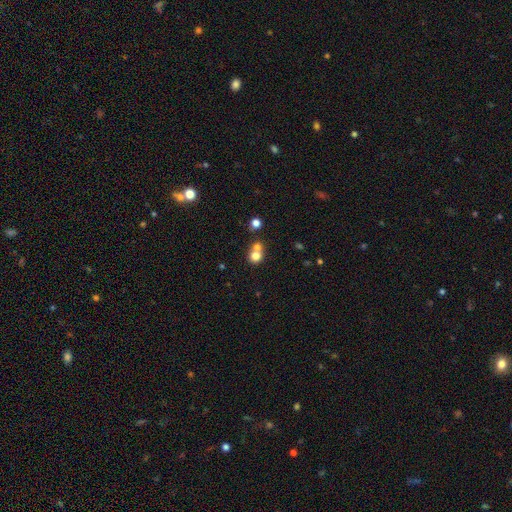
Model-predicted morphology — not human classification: smooth-or-featured: smooth: 75% | featured or disk: 13% | star or artifact: 12%
  how-rounded: round: 80% | in between: 19% | cigar-shaped: 1%
  merging: merger: 55% | none: 36% | minor disturbance: 6% | major disturbance: 3%